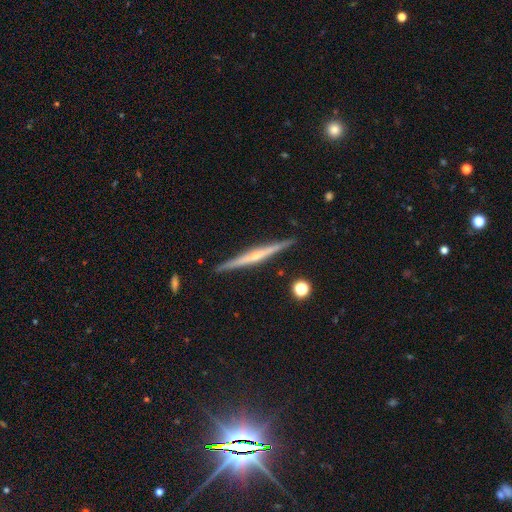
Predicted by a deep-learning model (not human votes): featured or disk 76%, smooth 18%, star or artifact 6%. Down the decision tree: edge-on disk — yes (98%); edge-on bulge — rounded (67%); merging — none (91%).